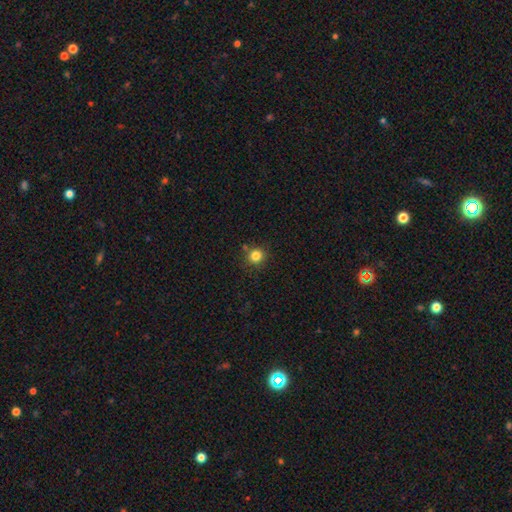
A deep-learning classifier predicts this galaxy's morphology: Q: Smooth or featured?
A: smooth (82%); runner-up: star or artifact (13%)
Q: How rounded?
A: round (92%); runner-up: in between (7%)
Q: Merging?
A: none (81%); runner-up: minor disturbance (10%)